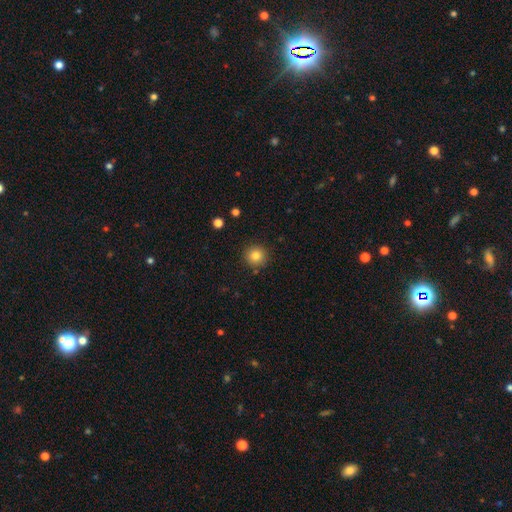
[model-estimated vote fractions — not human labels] smooth 82%, star or artifact 11%, featured or disk 7%. Down the decision tree: how rounded — round (94%); merging — none (89%).